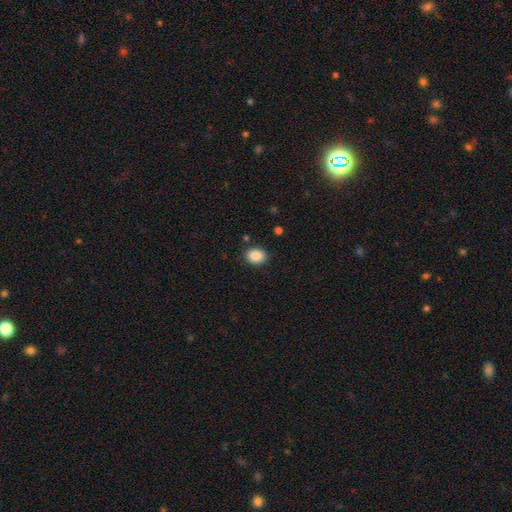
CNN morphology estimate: This appears to be a smooth galaxy with no disk features (87%) that is in between round and cigar-shaped (58%). Merging: none (87%).